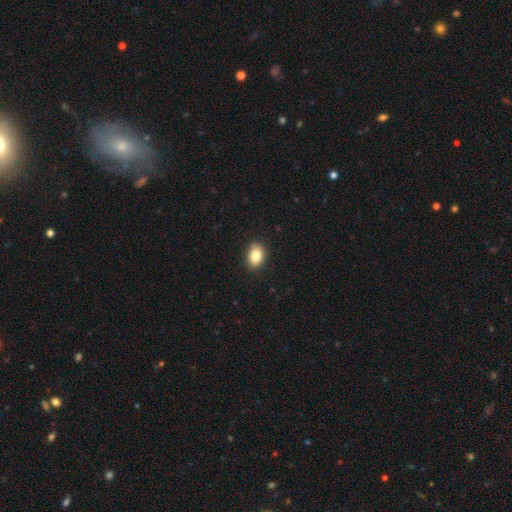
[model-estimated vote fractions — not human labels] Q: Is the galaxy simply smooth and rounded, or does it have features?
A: smooth — 84%.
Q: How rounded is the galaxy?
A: in between — 82%.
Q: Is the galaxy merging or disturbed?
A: none — 89%.